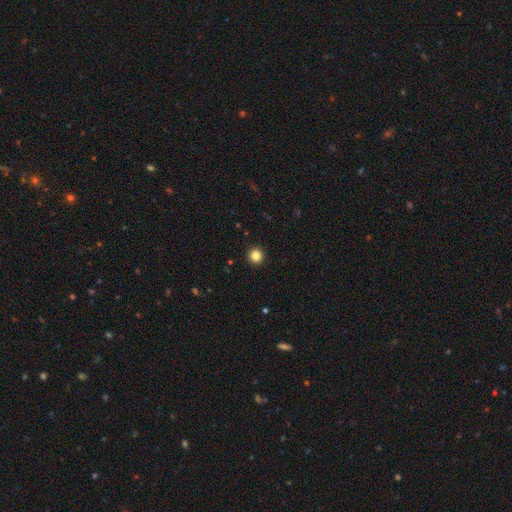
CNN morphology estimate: Smooth or featured? smooth (84%)
How rounded? round (96%)
Merging? none (94%)